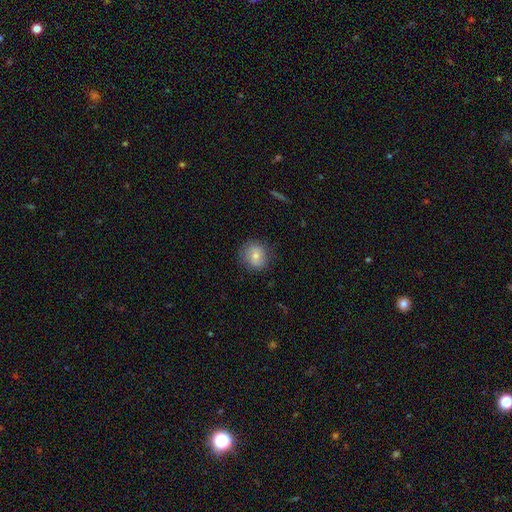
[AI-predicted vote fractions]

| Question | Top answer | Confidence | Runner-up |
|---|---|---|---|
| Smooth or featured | smooth | 75% | featured or disk (17%) |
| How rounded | round | 83% | in between (16%) |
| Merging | none | 81% | minor disturbance (14%) |